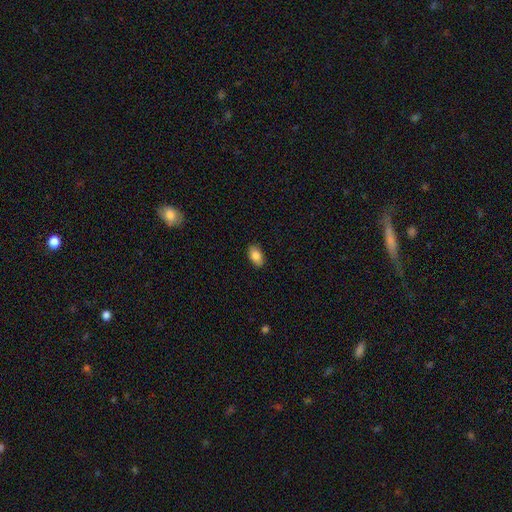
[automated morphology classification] A smooth galaxy with no disk features (84%) that is in between round and cigar-shaped (92%).

Vote fractions:
- Smooth or featured? smooth: 84% / featured or disk: 9% / star or artifact: 7%
- How rounded? in between: 92% / round: 5% / cigar-shaped: 3%
- Merging? none: 88% / minor disturbance: 9% / major disturbance: 2% / merger: 1%